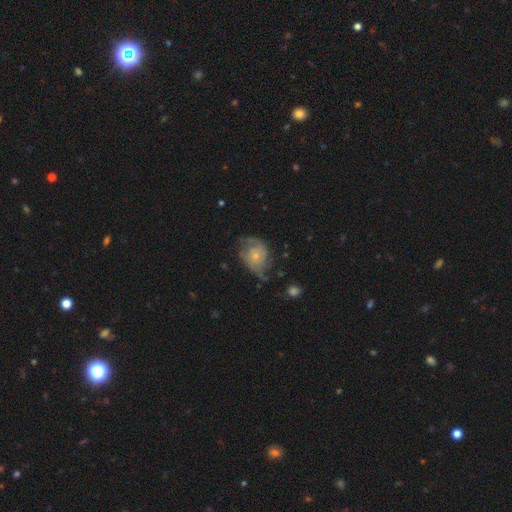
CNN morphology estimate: This is likely a featured or disk galaxy (67%). It is clearly not viewed edge-on (97%). Bar: likely no (77%). Spiral arm pattern: clearly yes (85%). Spiral arm count: likely 2 (65%). Spiral winding: marginally medium (40%). Central bulge: likely small (70%). Merging: possibly none (46%).